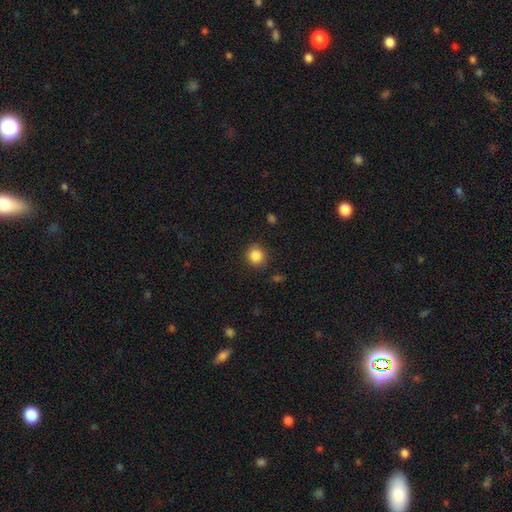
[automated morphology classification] Smooth or featured: smooth — 86% (star or artifact — 10%)
How rounded: round — 88% (in between — 11%)
Merging: none — 87% (minor disturbance — 8%)